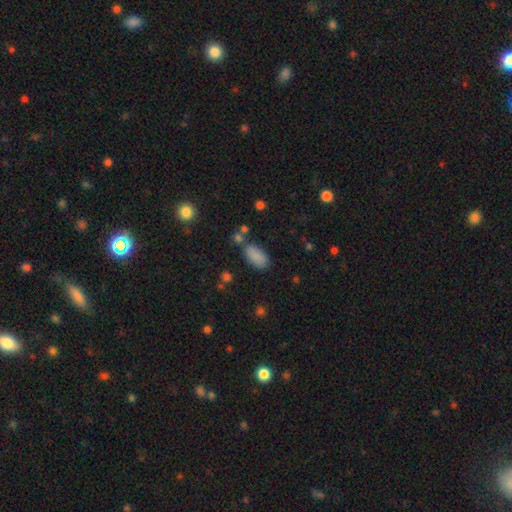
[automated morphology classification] Q: Smooth or featured?
A: smooth (86%); runner-up: star or artifact (9%)
Q: How rounded?
A: in between (93%); runner-up: cigar-shaped (4%)
Q: Merging?
A: none (73%); runner-up: minor disturbance (15%)